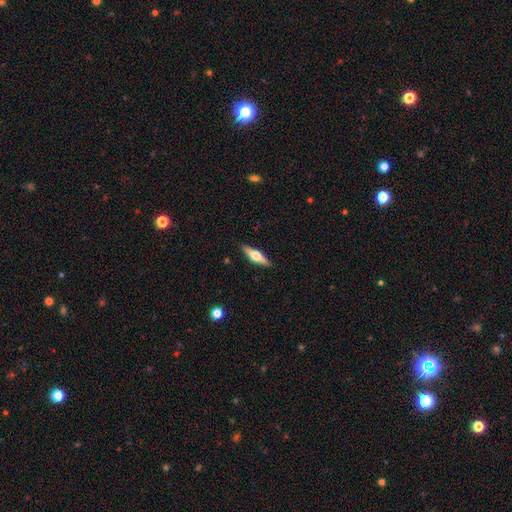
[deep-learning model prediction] A featured or disk galaxy (64%) viewed edge-on (96%) with a rounded central bulge (94%).

Vote fractions:
- Smooth or featured? featured or disk: 64% / smooth: 30% / star or artifact: 6%
- Edge-on disk? yes: 96% / no: 4%
- Edge-on bulge? rounded: 94% / boxy: 4% / none: 2%
- Merging? none: 90% / minor disturbance: 7% / major disturbance: 2% / merger: 1%